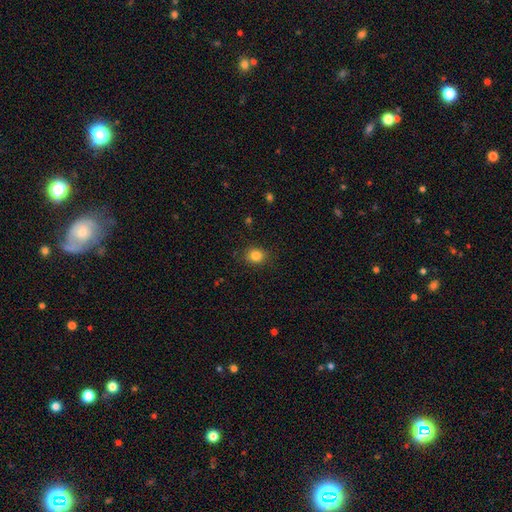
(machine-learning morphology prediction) smooth-or-featured: smooth: 83% | star or artifact: 11% | featured or disk: 6%
  how-rounded: round: 72% | in between: 28% | cigar-shaped: 1%
  merging: none: 88% | minor disturbance: 9% | major disturbance: 2% | merger: 1%